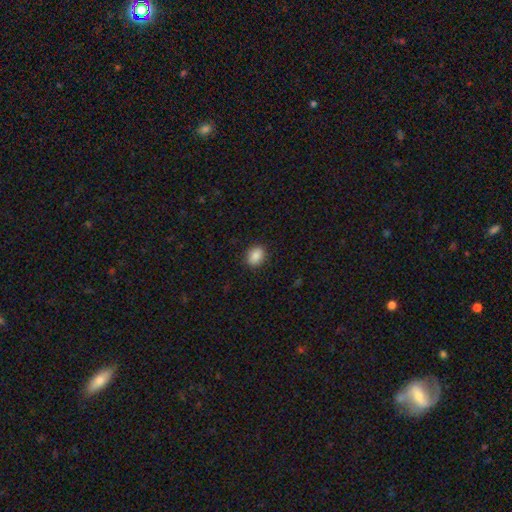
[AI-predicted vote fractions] Smooth or featured? smooth (87%)
How rounded? round (51%)
Merging? none (89%)